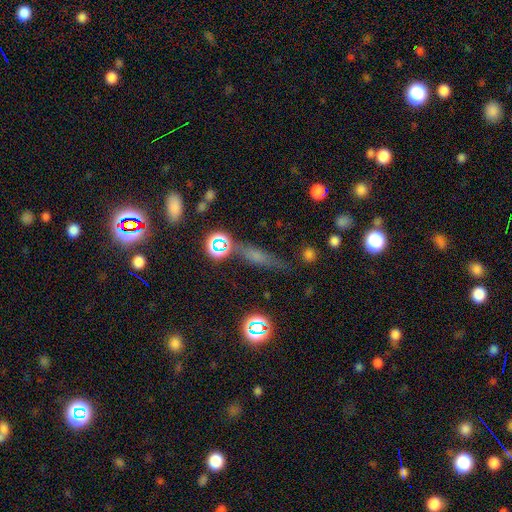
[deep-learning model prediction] smooth 44%, featured or disk 30%, star or artifact 26%. Down the decision tree: merging — none (73%).